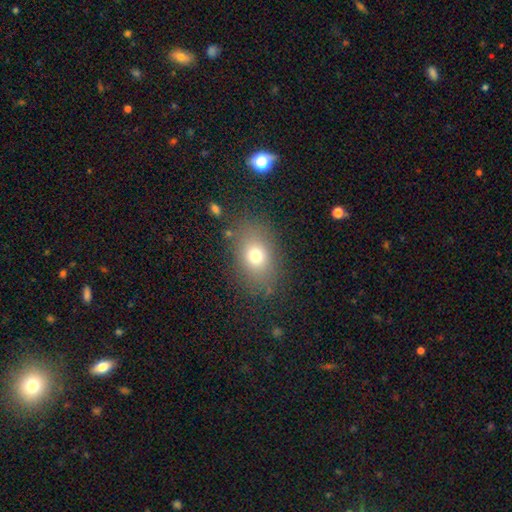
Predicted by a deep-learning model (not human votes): The model was most divided on "how rounded": in between: 72%, round: 26%, cigar-shaped: 2%. More confident: merging — none (81%); smooth or featured — smooth (73%).